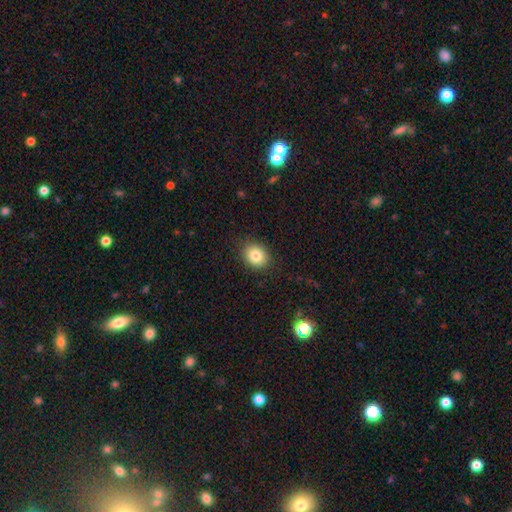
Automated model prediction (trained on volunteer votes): Smooth or featured? smooth (83%)
How rounded? round (53%)
Merging? none (88%)